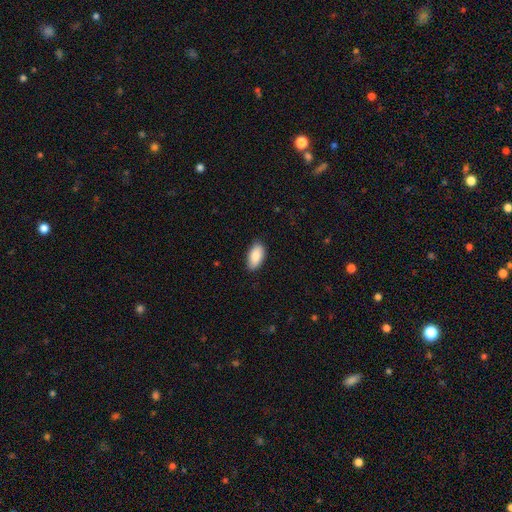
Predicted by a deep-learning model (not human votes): Q: Smooth or featured?
A: smooth (88%); runner-up: star or artifact (6%)
Q: How rounded?
A: in between (94%); runner-up: cigar-shaped (4%)
Q: Merging?
A: none (86%); runner-up: minor disturbance (11%)